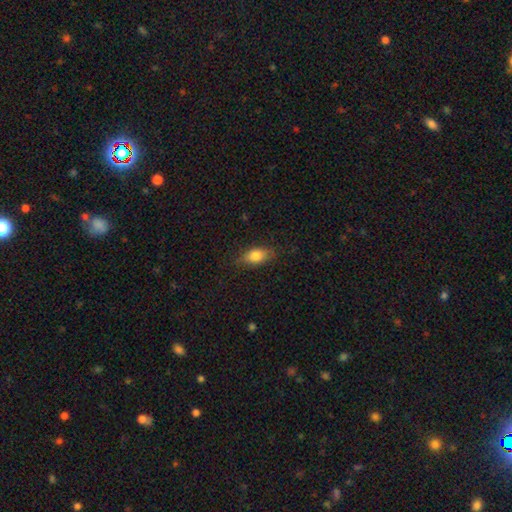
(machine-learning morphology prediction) Smooth or featured? Predicted: smooth (p=0.78). How rounded? Predicted: in between (p=0.82). Merging? Predicted: none (p=0.80).